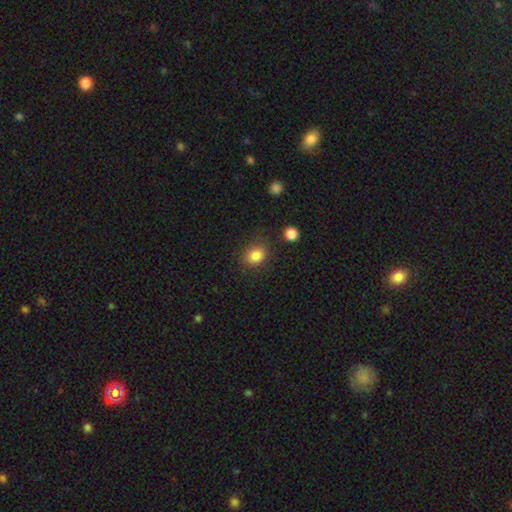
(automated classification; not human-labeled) This is clearly a smooth galaxy (84%). How rounded: possibly round (54%). Merging: likely none (79%).